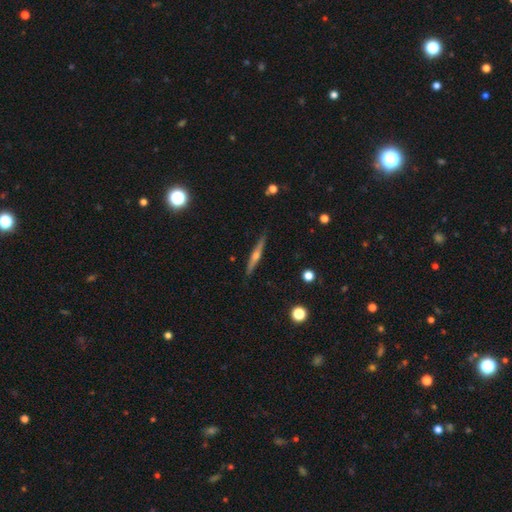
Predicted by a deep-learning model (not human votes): A featured or disk galaxy (69%) viewed edge-on (98%) with a rounded central bulge (86%). Merging: none (90%).